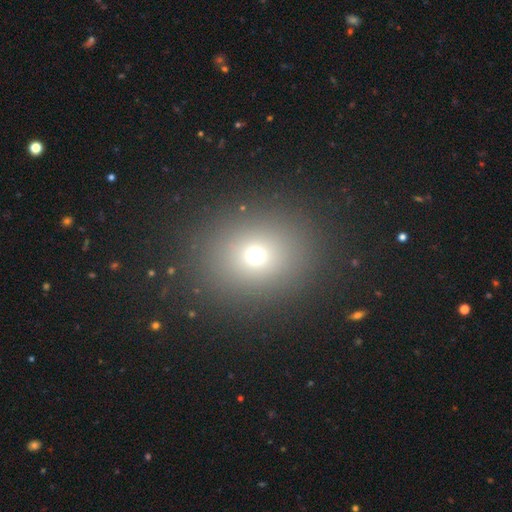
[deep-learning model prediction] A smooth galaxy with no disk features (67%) that is round (72%). Merging: none (87%).